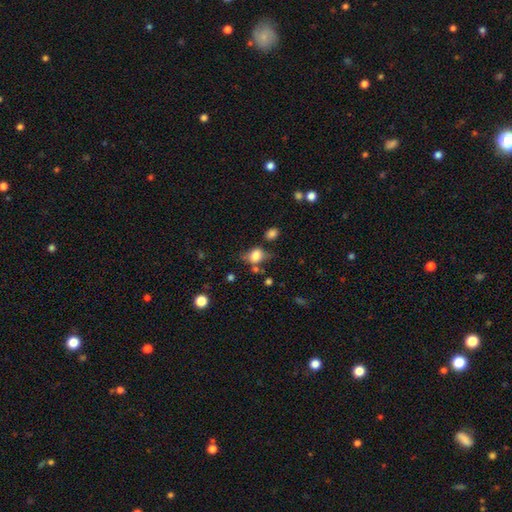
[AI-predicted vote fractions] A smooth galaxy with no disk features (73%) that is in between round and cigar-shaped (57%).

Vote fractions:
- Smooth or featured? smooth: 73% / featured or disk: 16% / star or artifact: 11%
- How rounded? in between: 57% / round: 41% / cigar-shaped: 2%
- Merging? none: 52% / minor disturbance: 26% / major disturbance: 12% / merger: 10%